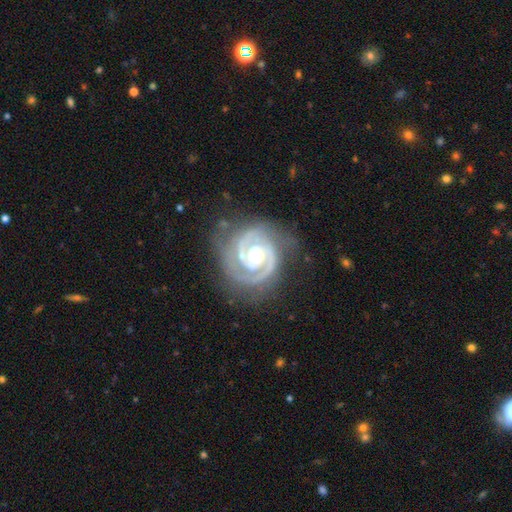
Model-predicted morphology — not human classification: type=featured or disk (92%); edge-on=no (98%); bar=no (54%); spiral arms=yes (98%); winding=tight (66%); arm count=2 (79%); bulge=moderate (72%); merging=none (73%).